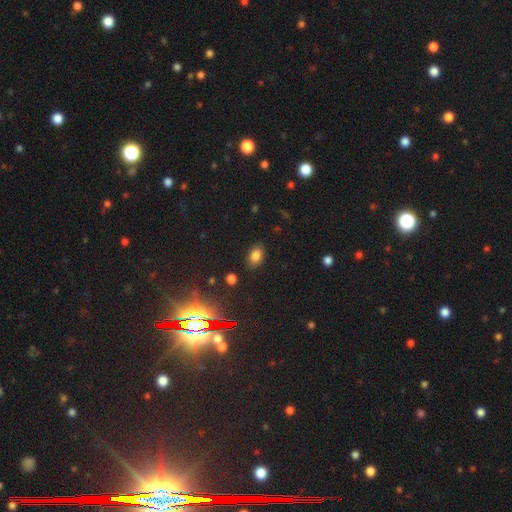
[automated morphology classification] Smooth or featured? Predicted: smooth (p=0.78). How rounded? Predicted: in between (p=0.82). Merging? Predicted: none (p=0.85).